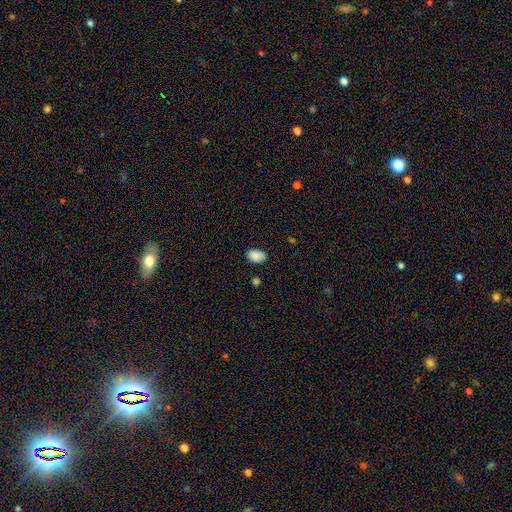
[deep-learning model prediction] Overall: smooth (86%). How rounded: in between (85%). Merging: none (77%).